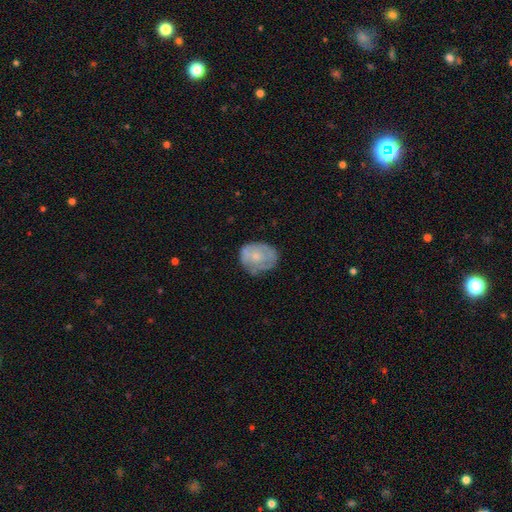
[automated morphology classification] This is possibly a smooth galaxy (51%). How rounded: possibly round (51%). Merging: likely none (64%).